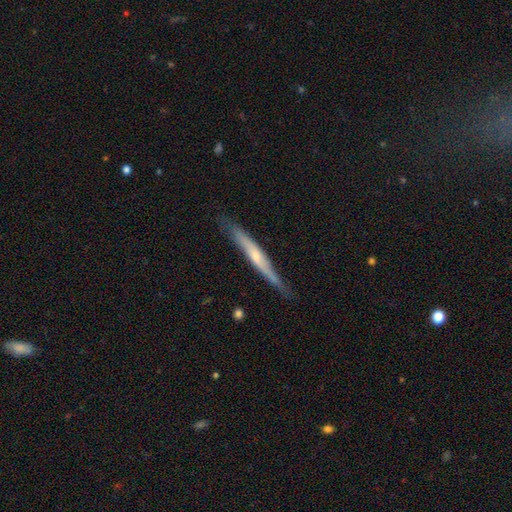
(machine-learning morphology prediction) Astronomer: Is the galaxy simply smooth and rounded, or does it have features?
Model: featured or disk — 61%.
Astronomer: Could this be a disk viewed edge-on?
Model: yes — 92%.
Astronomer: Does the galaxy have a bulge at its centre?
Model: rounded — 58% (runner-up: none, 36%).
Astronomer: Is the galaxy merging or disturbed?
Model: none — 79%.